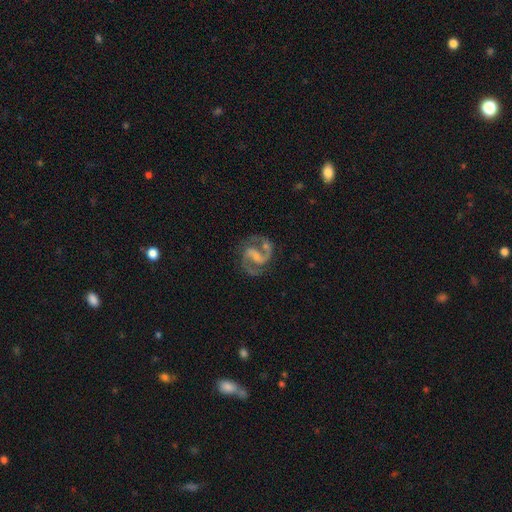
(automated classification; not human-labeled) Morphology: type=featured or disk (90%); edge-on=no (98%); bar=weak (45%); spiral arms=yes (97%); winding=medium (64%); arm count=2 (93%); bulge=none (41%); merging=none (74%).